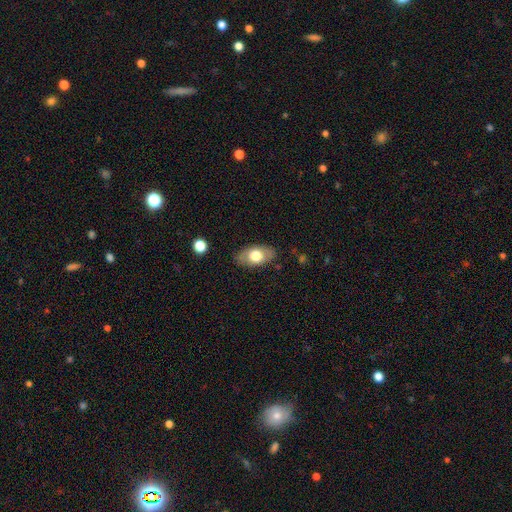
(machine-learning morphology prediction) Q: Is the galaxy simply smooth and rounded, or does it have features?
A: smooth — 67%.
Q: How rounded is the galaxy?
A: in between — 91%.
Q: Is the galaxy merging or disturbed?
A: none — 82%.